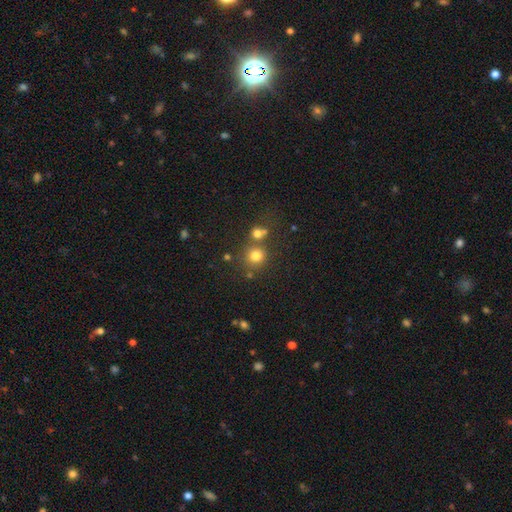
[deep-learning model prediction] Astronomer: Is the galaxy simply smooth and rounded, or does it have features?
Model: smooth — 76%.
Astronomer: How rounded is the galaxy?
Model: round — 89%.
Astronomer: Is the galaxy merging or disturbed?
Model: none — 65%.